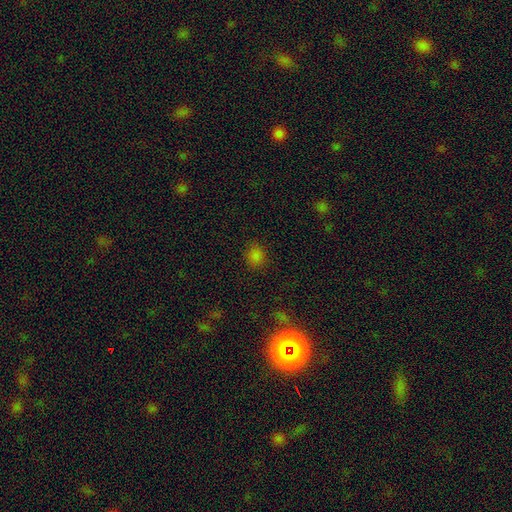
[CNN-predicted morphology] The model was most divided on "how rounded": round: 73%, in between: 26%, cigar-shaped: 1%. More confident: merging — none (86%); smooth or featured — smooth (78%).